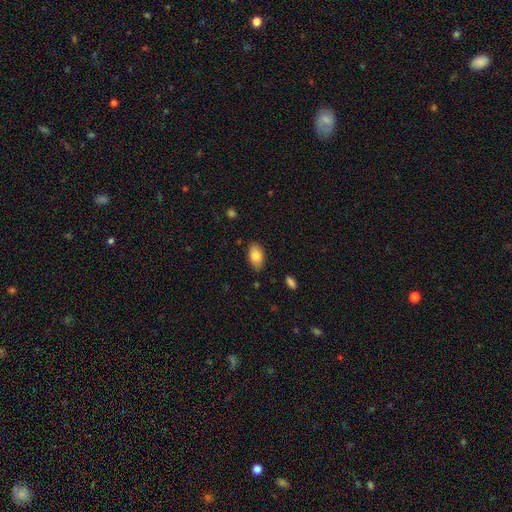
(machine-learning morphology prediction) This appears to be a smooth galaxy with no disk features (83%) that is in between round and cigar-shaped (92%). Merging: none (83%).